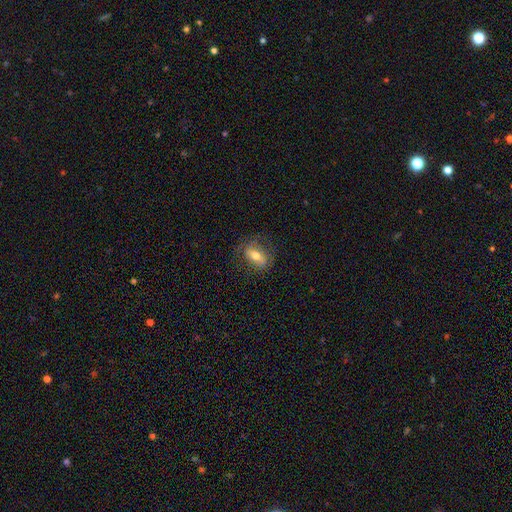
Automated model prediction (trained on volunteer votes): This is possibly a smooth galaxy (55%). How rounded: likely in between (75%). Merging: likely none (72%).